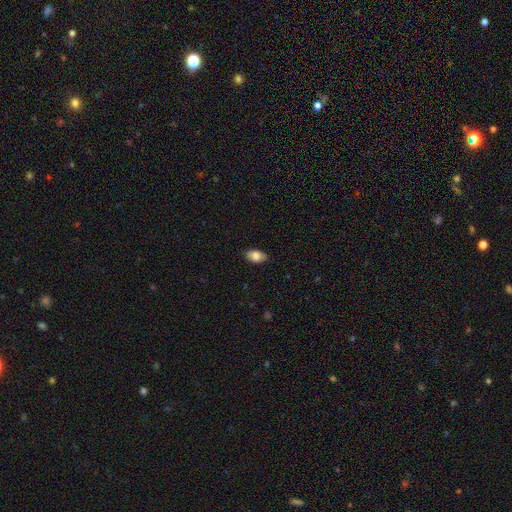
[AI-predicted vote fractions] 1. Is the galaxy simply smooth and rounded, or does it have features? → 83% smooth, 9% featured or disk, 7% star or artifact.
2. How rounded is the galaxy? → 91% in between, 7% round, 2% cigar-shaped.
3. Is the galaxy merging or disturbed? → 85% none, 12% minor disturbance, 2% major disturbance, 1% merger.